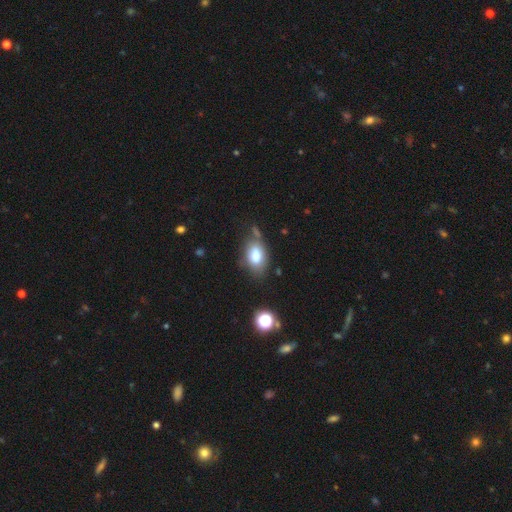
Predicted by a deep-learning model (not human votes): This is likely a smooth galaxy (78%). How rounded: clearly in between (85%). Merging: likely none (62%).